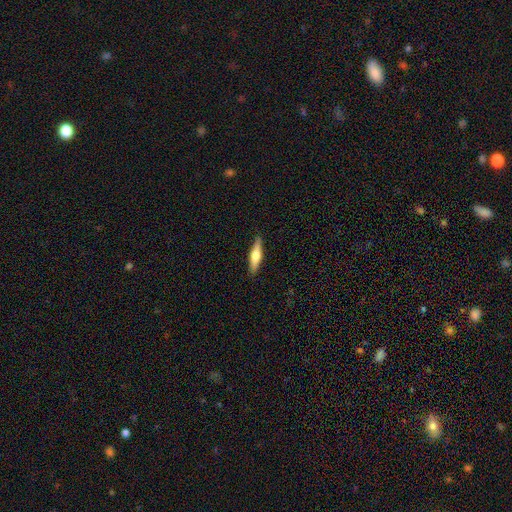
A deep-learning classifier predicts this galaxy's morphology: Smooth or featured? Predicted: featured or disk (p=0.49). Merging? Predicted: none (p=0.89).